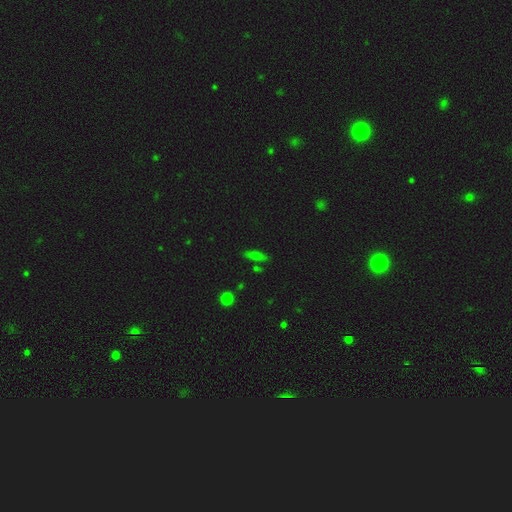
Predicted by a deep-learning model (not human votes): Overall: smooth (59%; featured or disk 24%). How rounded: in between (51%; cigar-shaped 43%). Merging: none (81%).